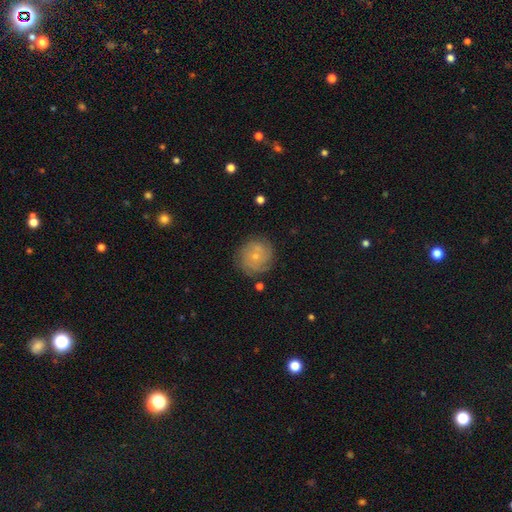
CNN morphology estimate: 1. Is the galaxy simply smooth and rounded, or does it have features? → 54% featured or disk, 37% smooth, 10% star or artifact.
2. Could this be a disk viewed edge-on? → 98% no, 2% yes.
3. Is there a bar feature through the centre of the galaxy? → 83% no, 15% weak, 2% strong.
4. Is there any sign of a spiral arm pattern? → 82% yes, 18% no.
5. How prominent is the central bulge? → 78% small, 17% moderate, 3% none, 1% large, 1% dominant.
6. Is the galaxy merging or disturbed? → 78% none, 15% minor disturbance, 5% major disturbance, 3% merger.